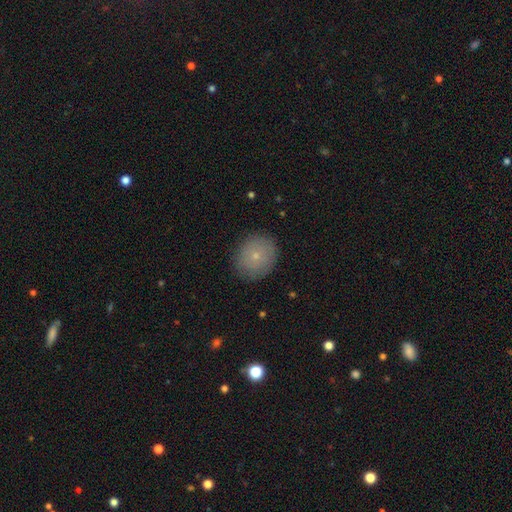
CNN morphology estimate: A smooth galaxy with no disk features (72%) that is round (77%).

Vote fractions:
- Smooth or featured? smooth: 72% / featured or disk: 19% / star or artifact: 9%
- How rounded? round: 77% / in between: 22% / cigar-shaped: 1%
- Merging? none: 85% / minor disturbance: 11% / major disturbance: 3% / merger: 1%